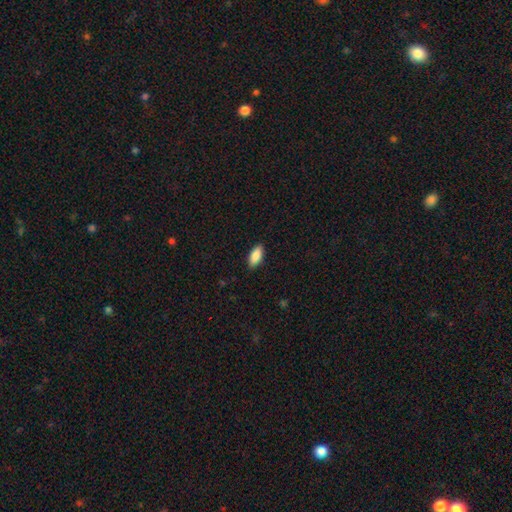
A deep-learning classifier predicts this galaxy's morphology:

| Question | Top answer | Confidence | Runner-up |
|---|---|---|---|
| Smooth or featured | smooth | 88% | star or artifact (6%) |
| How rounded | in between | 86% | cigar-shaped (12%) |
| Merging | none | 88% | minor disturbance (9%) |